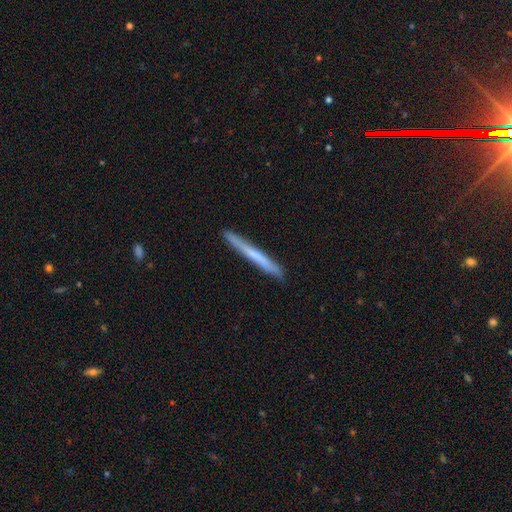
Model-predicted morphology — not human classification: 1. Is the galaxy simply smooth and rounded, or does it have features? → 57% smooth, 37% featured or disk, 6% star or artifact.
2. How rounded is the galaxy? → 97% cigar-shaped, 2% in between, 1% round.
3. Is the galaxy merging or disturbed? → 91% none, 7% minor disturbance, 1% major disturbance, 1% merger.